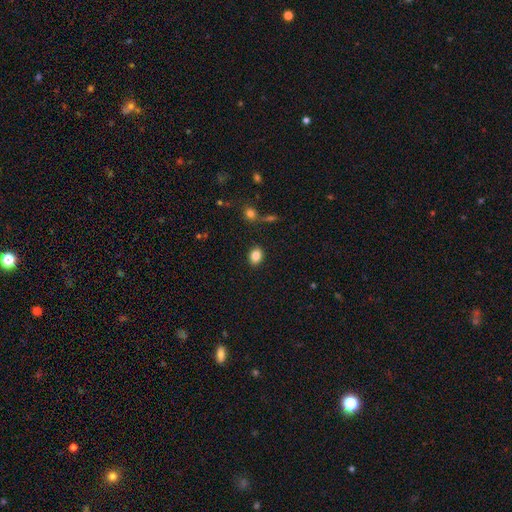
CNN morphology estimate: Smooth or featured? Predicted: smooth (p=0.84). How rounded? Predicted: in between (p=0.64). Merging? Predicted: none (p=0.87).